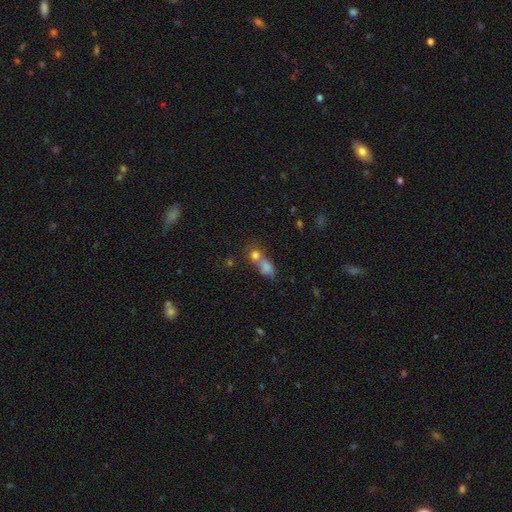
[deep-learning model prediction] The model was most divided on "merging": merger: 55%, none: 33%, minor disturbance: 8%, major disturbance: 5%. More confident: smooth or featured — smooth (72%); how rounded — round (62%).